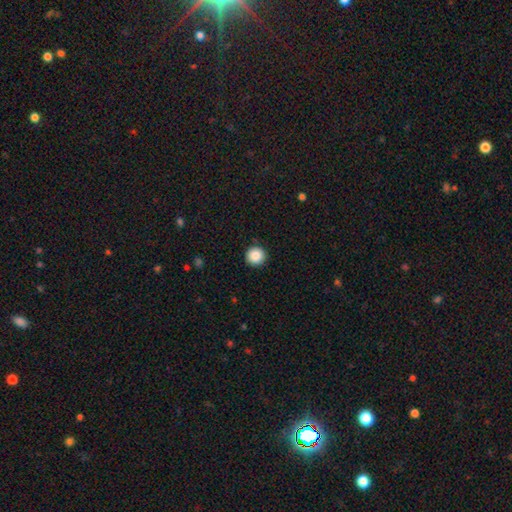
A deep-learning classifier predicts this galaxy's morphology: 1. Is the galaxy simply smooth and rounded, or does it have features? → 88% smooth, 9% star or artifact, 3% featured or disk.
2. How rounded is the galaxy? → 95% round, 4% in between, 1% cigar-shaped.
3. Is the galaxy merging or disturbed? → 92% none, 5% minor disturbance, 2% major disturbance, 1% merger.